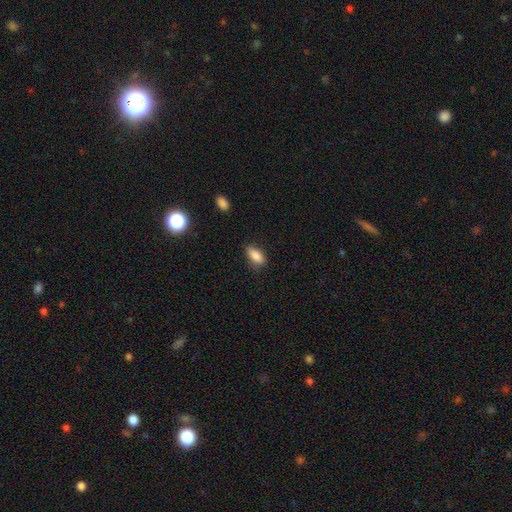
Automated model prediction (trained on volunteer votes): smooth 85%, star or artifact 8%, featured or disk 7%. Down the decision tree: how rounded — in between (84%); merging — none (77%).